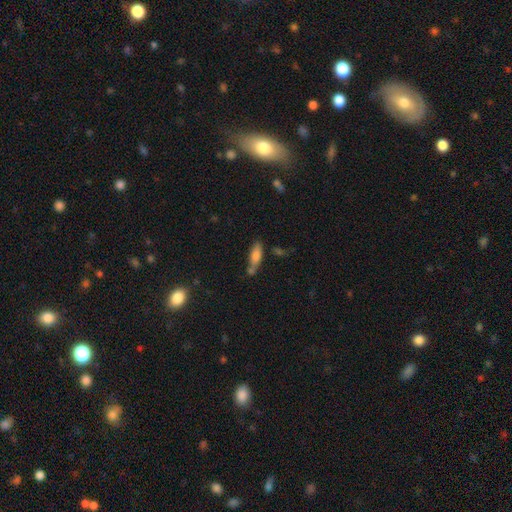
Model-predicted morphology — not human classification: Overall: smooth (71%). How rounded: in between (54%; cigar-shaped 43%). Merging: none (58%; minor disturbance 18%).